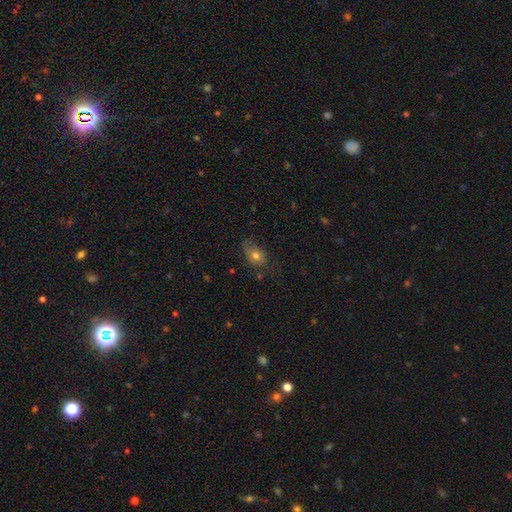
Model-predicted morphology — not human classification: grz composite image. It shows a smooth galaxy with no disk features (75%) that is in between round and cigar-shaped (74%). Merging: none (55%).